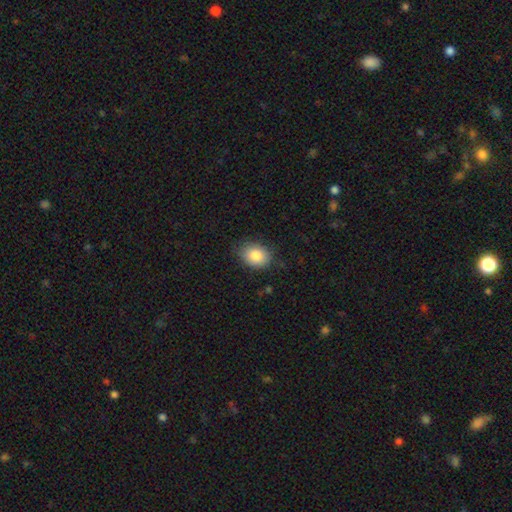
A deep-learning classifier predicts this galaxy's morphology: smooth-or-featured: smooth: 85% | star or artifact: 8% | featured or disk: 7%
  how-rounded: in between: 61% | round: 38% | cigar-shaped: 1%
  merging: none: 80% | minor disturbance: 16% | major disturbance: 3% | merger: 1%